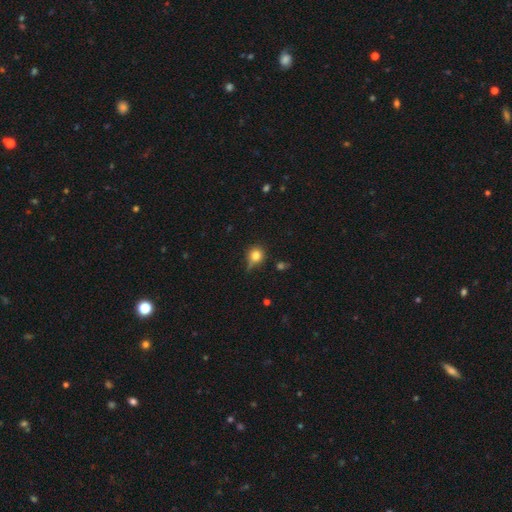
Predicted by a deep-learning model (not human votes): Smooth or featured? smooth (78%)
How rounded? round (86%)
Merging? none (59%)